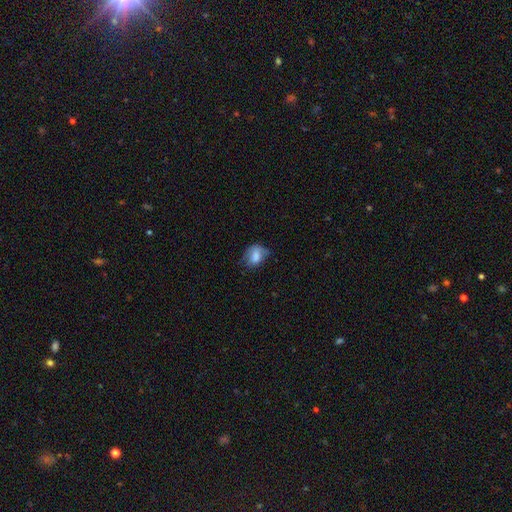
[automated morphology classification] Smooth or featured? smooth (74%)
How rounded? in between (65%)
Merging? none (43%)